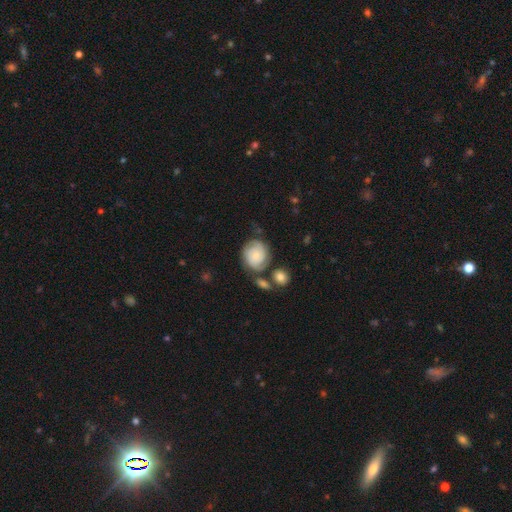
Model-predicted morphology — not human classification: Smooth or featured?
  - featured or disk: 64% *
  - smooth: 28%
  - star or artifact: 7%
Edge-on disk?
  - no: 98% *
  - yes: 2%
Bar?
  - no: 76% *
  - weak: 20%
  - strong: 4%
Spiral arms?
  - yes: 92% *
  - no: 8%
Spiral winding?
  - tight: 64% *
  - medium: 28%
  - loose: 8%
Spiral arm count?
  - 2: 51% *
  - can't tell: 21%
  - 3: 16%
  - 1: 4%
  - 4: 4%
  - more than 4: 3%
Bulge size?
  - small: 65% *
  - moderate: 20%
  - none: 9%
  - large: 4%
  - dominant: 2%
Merging?
  - none: 58% *
  - minor disturbance: 19%
  - merger: 13%
  - major disturbance: 9%